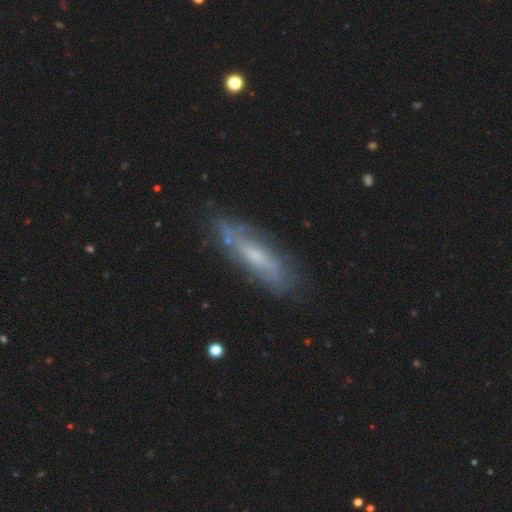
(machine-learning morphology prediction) Smooth or featured: featured or disk — 61% (smooth — 31%)
Edge-on disk: no — 66% (yes — 34%)
Merging: none — 73% (minor disturbance — 19%)